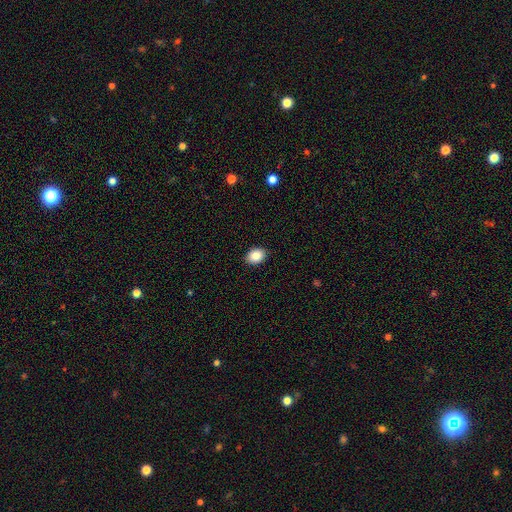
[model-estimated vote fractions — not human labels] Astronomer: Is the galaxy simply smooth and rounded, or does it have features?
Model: smooth — 88%.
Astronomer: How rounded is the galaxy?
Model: in between — 68%.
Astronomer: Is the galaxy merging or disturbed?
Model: none — 90%.